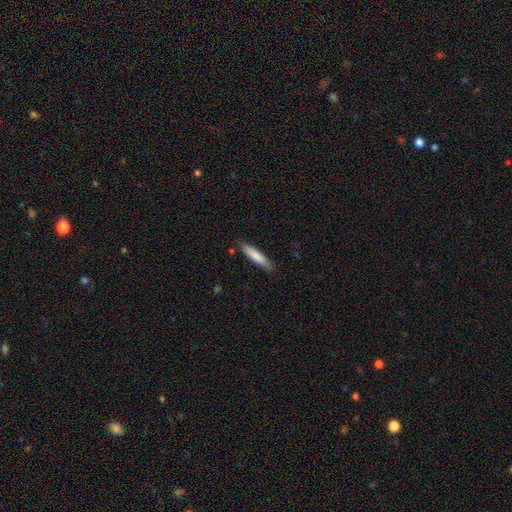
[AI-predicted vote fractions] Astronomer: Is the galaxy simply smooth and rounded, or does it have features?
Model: smooth — 78%.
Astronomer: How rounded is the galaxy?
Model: cigar-shaped — 85%.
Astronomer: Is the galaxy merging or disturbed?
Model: none — 83%.